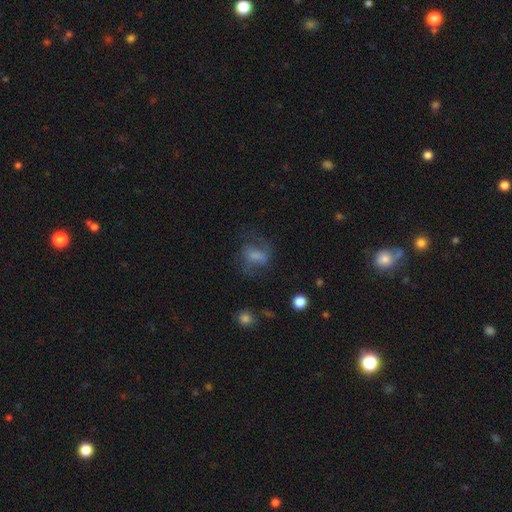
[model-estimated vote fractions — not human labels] smooth-or-featured: smooth: 47% | featured or disk: 41% | star or artifact: 12%
  merging: none: 51% | major disturbance: 26% | minor disturbance: 21% | merger: 2%